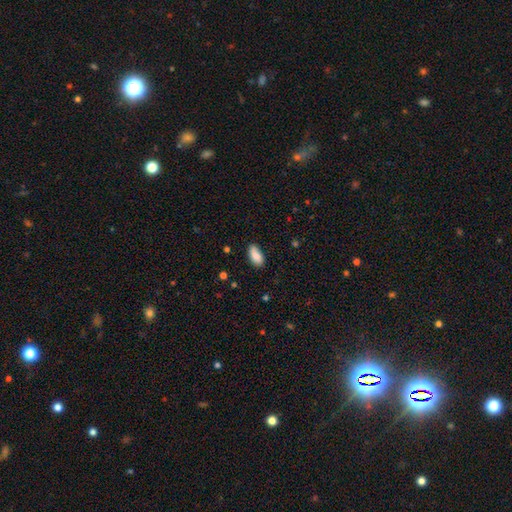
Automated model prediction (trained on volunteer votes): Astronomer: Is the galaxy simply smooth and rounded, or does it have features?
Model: smooth — 88%.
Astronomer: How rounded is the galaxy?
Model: in between — 91%.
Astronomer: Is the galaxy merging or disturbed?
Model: none — 74%.